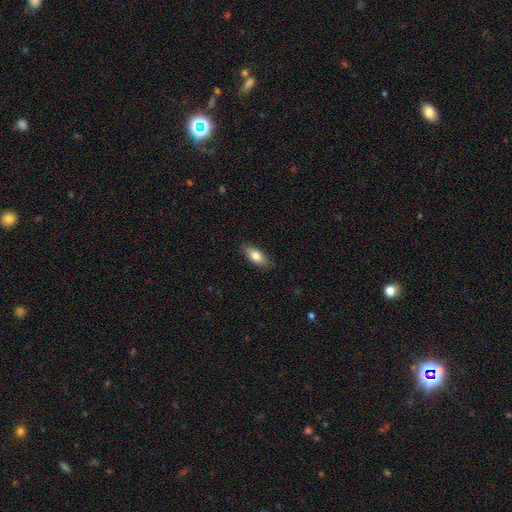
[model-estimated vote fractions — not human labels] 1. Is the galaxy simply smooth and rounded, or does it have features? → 78% smooth, 16% featured or disk, 6% star or artifact.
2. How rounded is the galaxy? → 78% in between, 19% cigar-shaped, 3% round.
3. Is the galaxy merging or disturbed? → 86% none, 11% minor disturbance, 2% major disturbance, 1% merger.